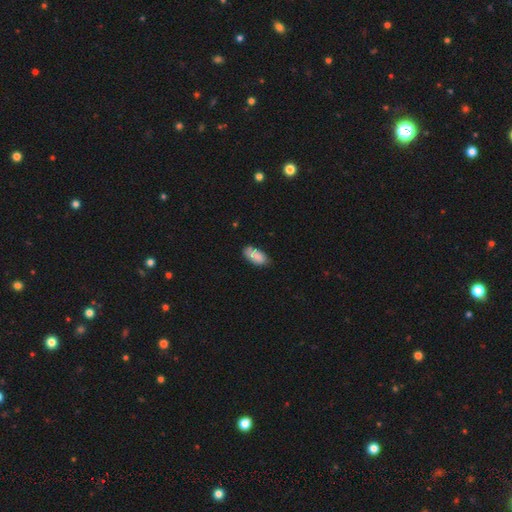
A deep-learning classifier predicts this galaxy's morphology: This is clearly a smooth galaxy (83%). How rounded: clearly in between (90%). Merging: likely none (71%).